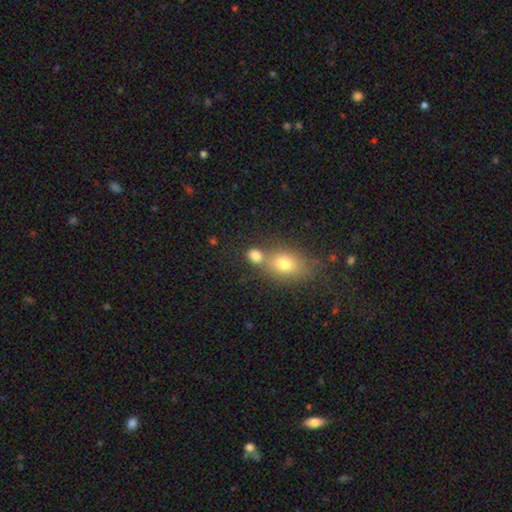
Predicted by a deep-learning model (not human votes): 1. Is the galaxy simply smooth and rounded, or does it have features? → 80% smooth, 12% star or artifact, 8% featured or disk.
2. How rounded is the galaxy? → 53% in between, 45% round, 2% cigar-shaped.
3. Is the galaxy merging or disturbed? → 48% none, 38% merger, 10% minor disturbance, 5% major disturbance.